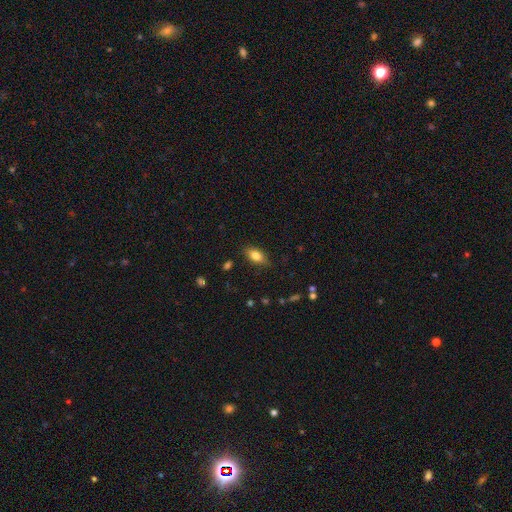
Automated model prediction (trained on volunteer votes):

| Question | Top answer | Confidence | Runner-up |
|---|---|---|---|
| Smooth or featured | smooth | 79% | featured or disk (13%) |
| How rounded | in between | 86% | cigar-shaped (7%) |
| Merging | none | 81% | minor disturbance (14%) |